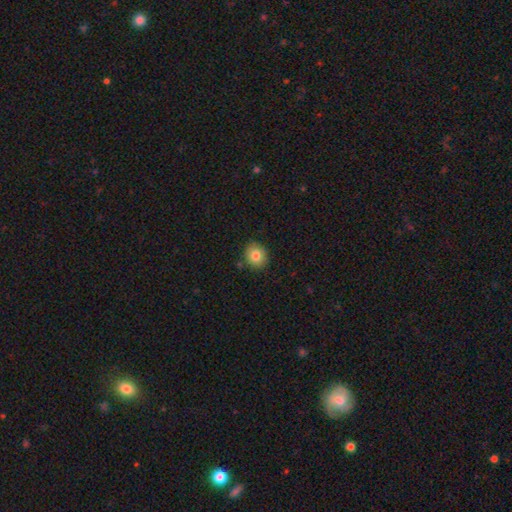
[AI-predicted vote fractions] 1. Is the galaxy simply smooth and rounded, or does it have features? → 82% smooth, 10% star or artifact, 8% featured or disk.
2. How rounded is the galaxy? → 78% round, 22% in between, 1% cigar-shaped.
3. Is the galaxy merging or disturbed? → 85% none, 11% minor disturbance, 3% merger, 2% major disturbance.